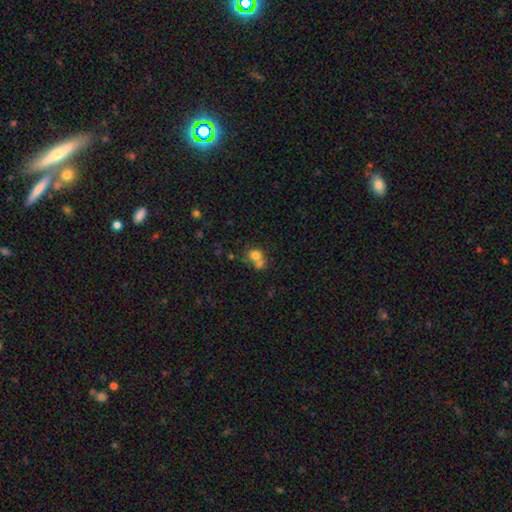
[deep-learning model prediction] smooth-or-featured: smooth: 73% | featured or disk: 15% | star or artifact: 12%
  how-rounded: round: 72% | in between: 27% | cigar-shaped: 1%
  merging: merger: 55% | none: 32% | minor disturbance: 8% | major disturbance: 4%